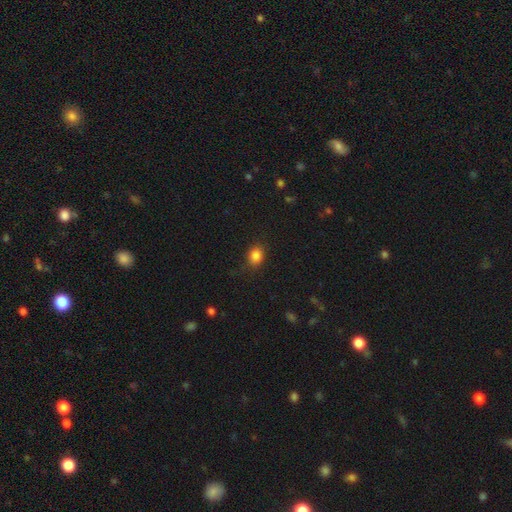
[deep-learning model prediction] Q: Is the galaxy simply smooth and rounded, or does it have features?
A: smooth — 84%.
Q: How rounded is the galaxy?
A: round — 58%.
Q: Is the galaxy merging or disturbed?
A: none — 81%.